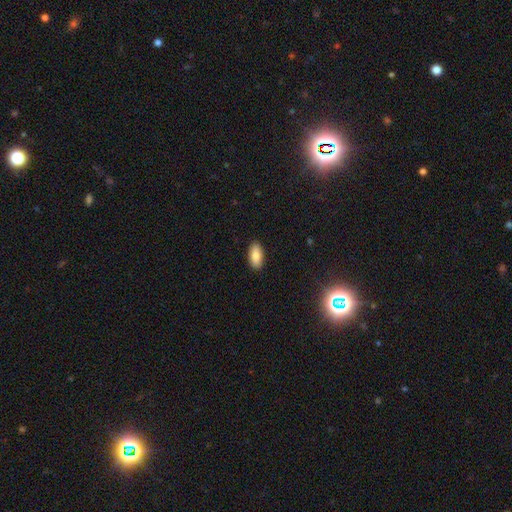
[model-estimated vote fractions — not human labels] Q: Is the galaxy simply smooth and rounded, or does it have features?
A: smooth — 86%.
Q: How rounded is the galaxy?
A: in between — 90%.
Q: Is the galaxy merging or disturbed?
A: none — 89%.